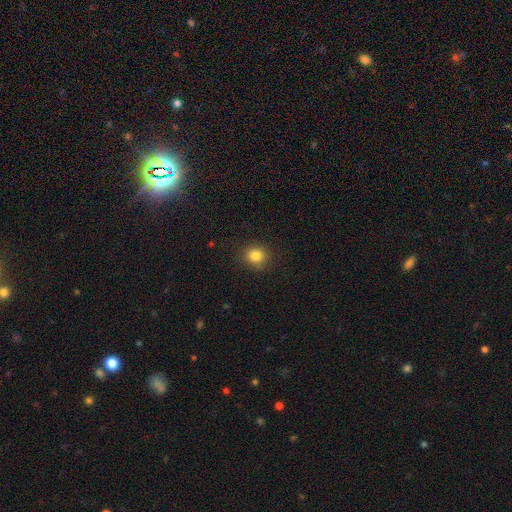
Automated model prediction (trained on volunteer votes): Smooth or featured?
  - smooth: 83% *
  - star or artifact: 12%
  - featured or disk: 5%
How rounded?
  - round: 81% *
  - in between: 18%
  - cigar-shaped: 1%
Merging?
  - none: 88% *
  - minor disturbance: 8%
  - major disturbance: 3%
  - merger: 1%